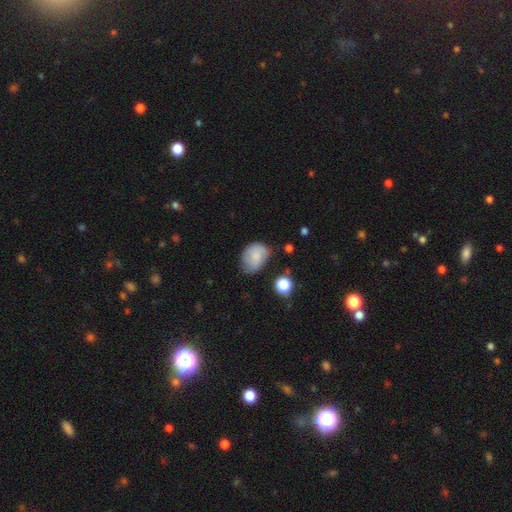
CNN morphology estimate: The model was most divided on "merging": none: 49%, minor disturbance: 37%, major disturbance: 11%, merger: 4%. More confident: smooth or featured — smooth (73%); how rounded — in between (73%).